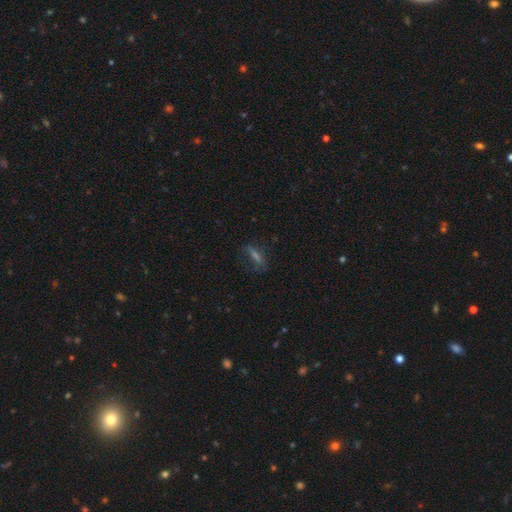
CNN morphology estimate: smooth_or_featured: smooth (p=0.47) [alt: featured or disk p=0.27]
merging: none (p=0.69) [alt: minor disturbance p=0.18]